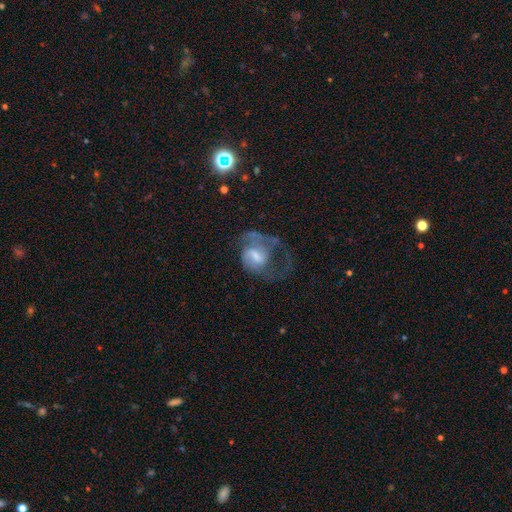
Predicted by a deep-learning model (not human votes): The model was most divided on "bulge size": moderate: 41%, small: 31%, none: 15%, large: 11%, dominant: 2%. More confident: edge-on disk — no (97%); spiral arms — yes (75%); smooth or featured — featured or disk (66%); merging — major disturbance (51%); bar — weak (51%).